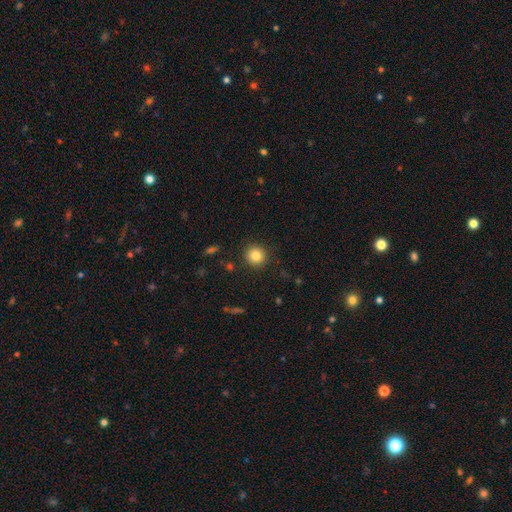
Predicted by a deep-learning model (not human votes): A smooth galaxy with no disk features (83%) that is round (92%).

Vote fractions:
- Smooth or featured? smooth: 83% / star or artifact: 10% / featured or disk: 6%
- How rounded? round: 92% / in between: 7% / cigar-shaped: 1%
- Merging? none: 90% / minor disturbance: 6% / major disturbance: 2% / merger: 1%